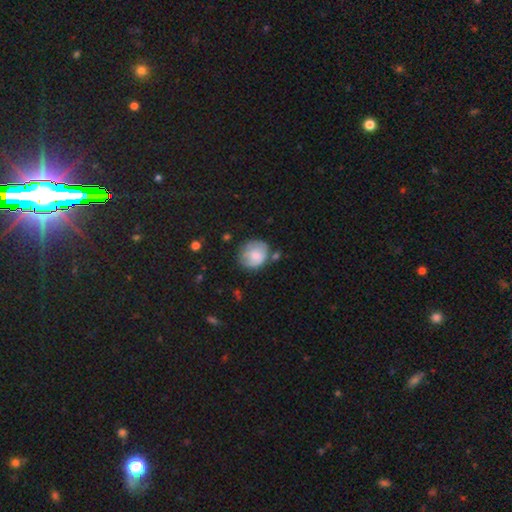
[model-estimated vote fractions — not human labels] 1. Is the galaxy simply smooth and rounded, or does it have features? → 73% smooth, 20% featured or disk, 7% star or artifact.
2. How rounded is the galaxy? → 77% round, 22% in between, 1% cigar-shaped.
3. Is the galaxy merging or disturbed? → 59% none, 25% minor disturbance, 8% major disturbance, 7% merger.